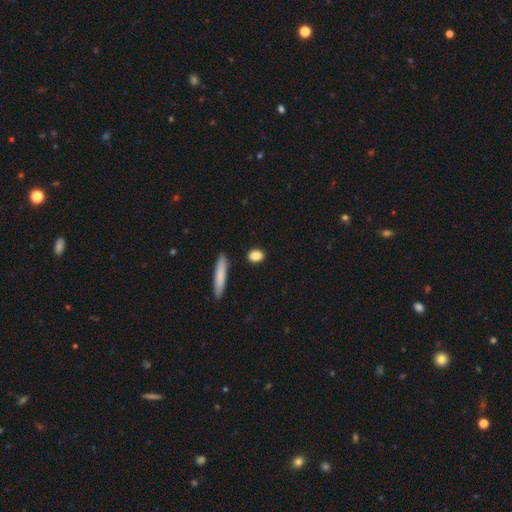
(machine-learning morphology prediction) Q: Smooth or featured?
A: smooth (87%); runner-up: star or artifact (7%)
Q: How rounded?
A: in between (65%); runner-up: round (24%)
Q: Merging?
A: none (87%); runner-up: minor disturbance (8%)